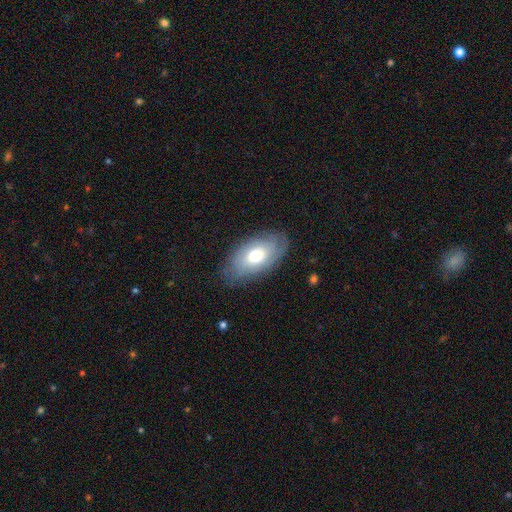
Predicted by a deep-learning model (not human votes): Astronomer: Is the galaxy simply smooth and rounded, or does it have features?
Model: smooth — 60%.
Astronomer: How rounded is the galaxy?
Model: in between — 93%.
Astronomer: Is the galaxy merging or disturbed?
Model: none — 78%.